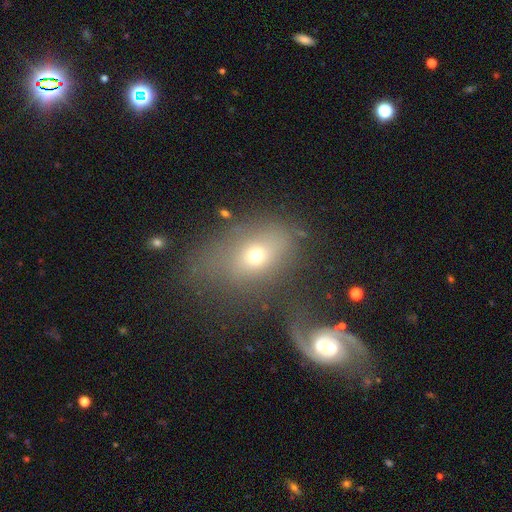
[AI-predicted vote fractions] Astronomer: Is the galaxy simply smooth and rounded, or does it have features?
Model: smooth — 61%.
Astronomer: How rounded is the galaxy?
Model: in between — 66%.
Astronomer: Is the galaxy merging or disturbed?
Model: none — 45% (runner-up: major disturbance, 21%).